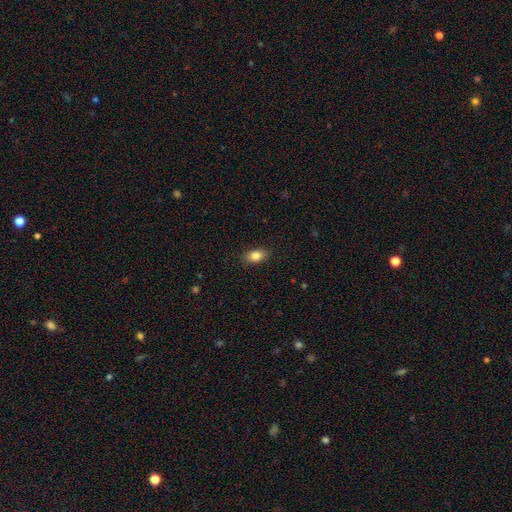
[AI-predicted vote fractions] A smooth galaxy with no disk features (84%) that is in between round and cigar-shaped (86%). Merging: none (87%).